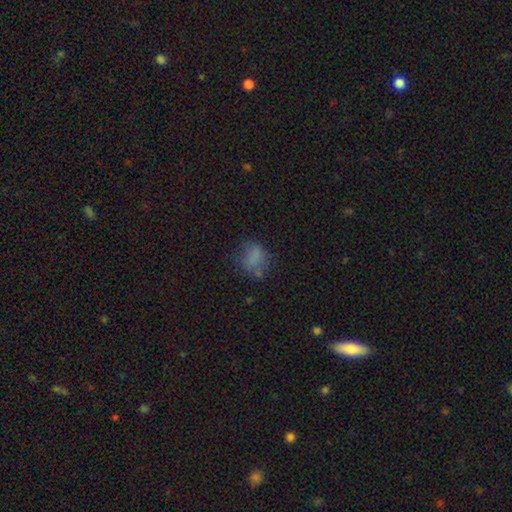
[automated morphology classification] Smooth or featured?
  - smooth: 69% *
  - featured or disk: 16%
  - star or artifact: 15%
How rounded?
  - in between: 60% *
  - round: 38%
  - cigar-shaped: 2%
Merging?
  - none: 55% *
  - minor disturbance: 25%
  - major disturbance: 16%
  - merger: 4%